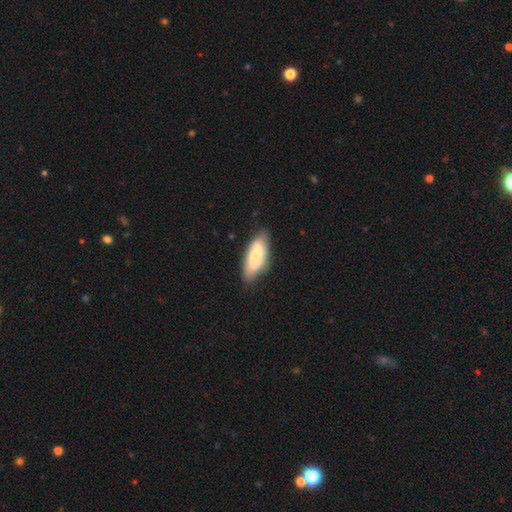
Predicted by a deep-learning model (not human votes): Smooth or featured?
  - smooth: 54% *
  - featured or disk: 40%
  - star or artifact: 6%
How rounded?
  - in between: 77% *
  - cigar-shaped: 21%
  - round: 2%
Merging?
  - none: 73% *
  - minor disturbance: 21%
  - major disturbance: 4%
  - merger: 2%